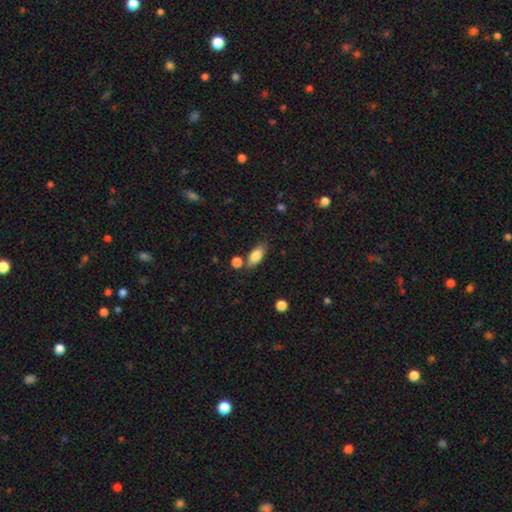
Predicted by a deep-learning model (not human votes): smooth_or_featured: smooth (p=0.83) [alt: featured or disk p=0.10]
how_rounded: in between (p=0.84) [alt: cigar-shaped p=0.13]
merging: none (p=0.73) [alt: minor disturbance p=0.14]